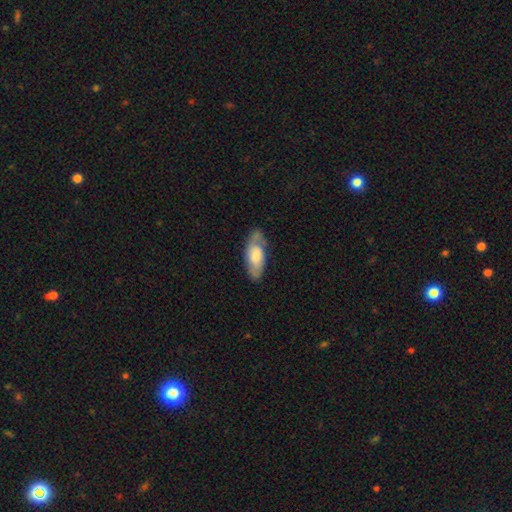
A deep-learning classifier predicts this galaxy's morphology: This is possibly a smooth galaxy (49%). Merging: likely none (64%).